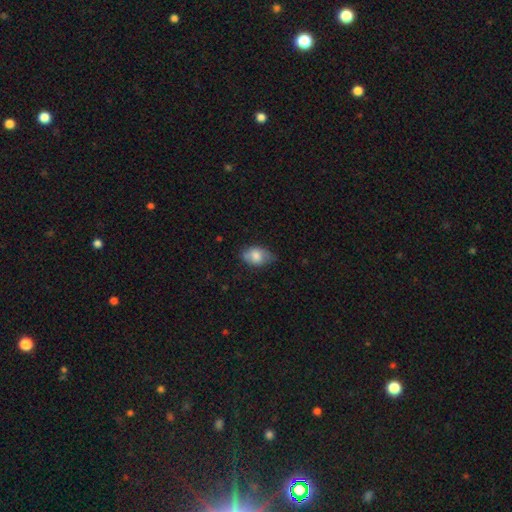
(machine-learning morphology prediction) Smooth or featured: smooth — 75% (featured or disk — 18%)
How rounded: in between — 85% (round — 13%)
Merging: none — 53% (minor disturbance — 35%)